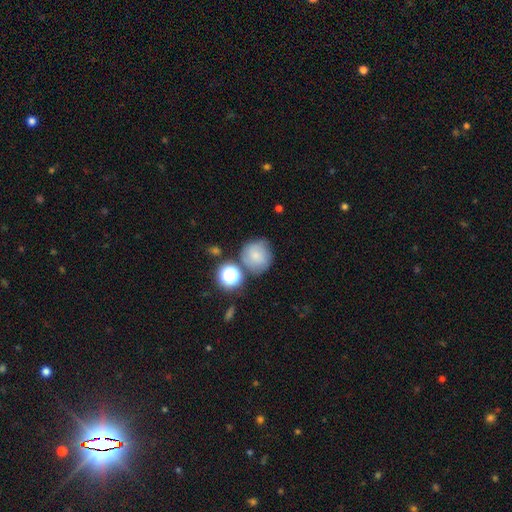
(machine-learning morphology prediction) This is likely a smooth galaxy (71%). How rounded: clearly round (89%). Merging: likely none (66%).